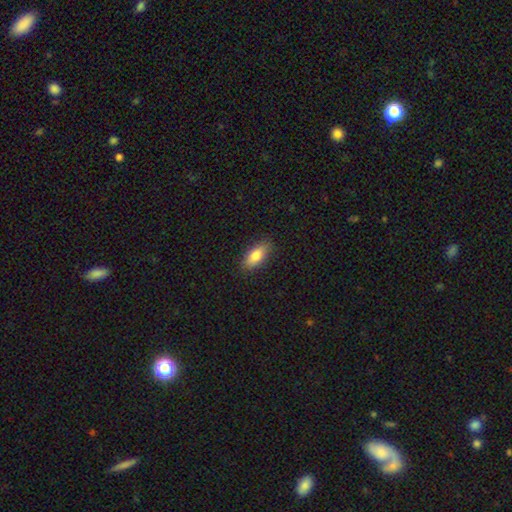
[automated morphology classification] type=smooth (82%); roundness=in between (82%); merging=none (86%).